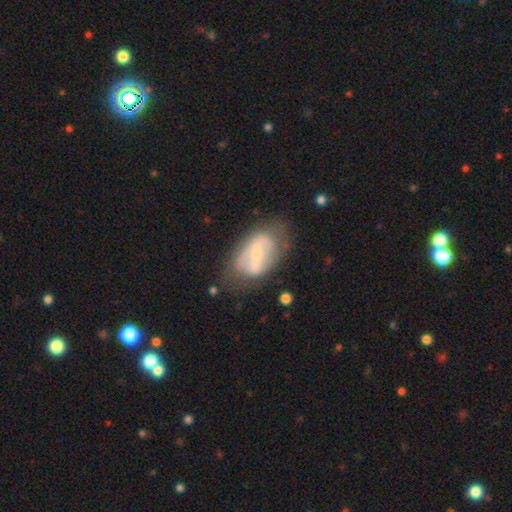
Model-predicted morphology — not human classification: featured or disk 64%, smooth 29%, star or artifact 7%. Down the decision tree: edge-on disk — no (93%); bar — strong (40%); spiral arms — no (55%); bulge size — small (63%); merging — none (59%).